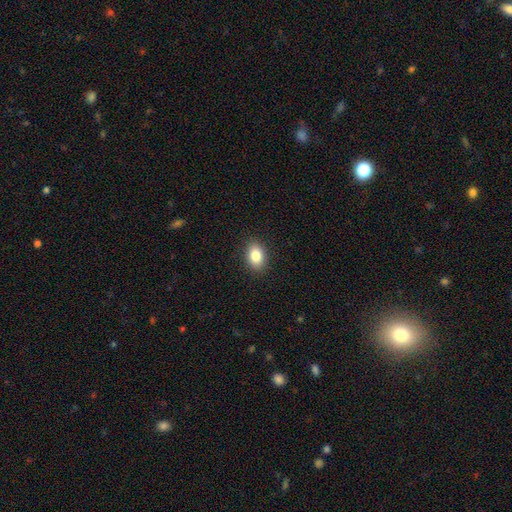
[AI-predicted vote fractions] Smooth or featured?
  - smooth: 84% *
  - star or artifact: 9%
  - featured or disk: 7%
How rounded?
  - in between: 82% *
  - round: 17%
  - cigar-shaped: 1%
Merging?
  - none: 90% *
  - minor disturbance: 8%
  - major disturbance: 2%
  - merger: 1%